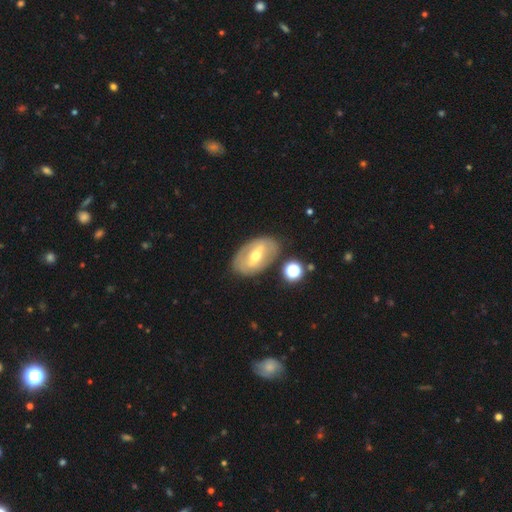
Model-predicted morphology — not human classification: smooth_or_featured: featured or disk (p=0.64) [alt: smooth p=0.29]
disk_edge_on: no (p=0.91) [alt: yes p=0.09]
bar: strong (p=0.45) [alt: weak p=0.38]
has_spiral_arms: no (p=0.58) [alt: yes p=0.42]
bulge_size: moderate (p=0.67) [alt: small p=0.27]
merging: none (p=0.77) [alt: minor disturbance p=0.14]